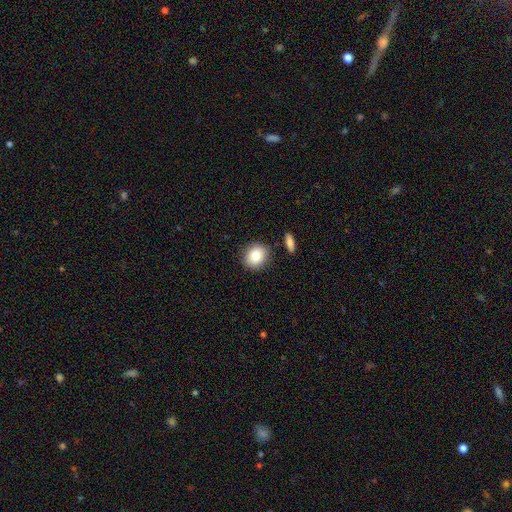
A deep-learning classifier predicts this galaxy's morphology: Smooth or featured: smooth — 84% (featured or disk — 8%)
How rounded: round — 64% (in between — 35%)
Merging: none — 84% (minor disturbance — 10%)